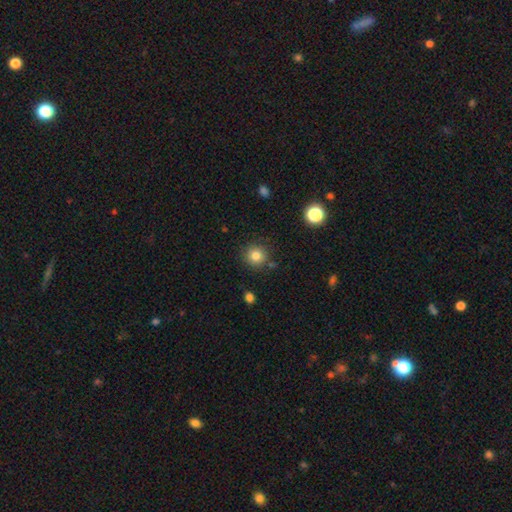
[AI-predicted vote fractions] Morphology: type=smooth (81%); roundness=round (93%); merging=none (86%).